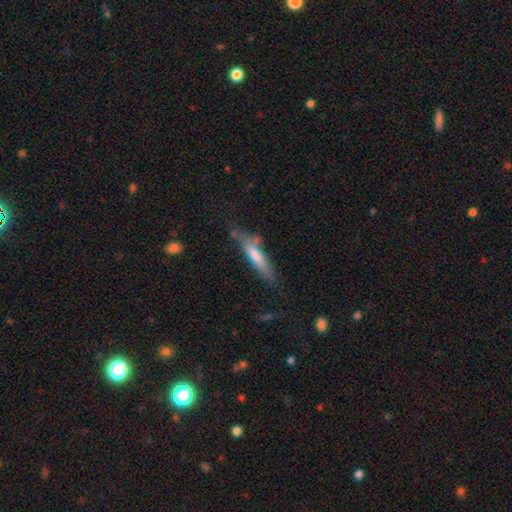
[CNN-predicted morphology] The model was most divided on "smooth or featured": smooth: 60%, featured or disk: 34%, star or artifact: 6%. More confident: how rounded — cigar-shaped (86%); merging — none (66%).